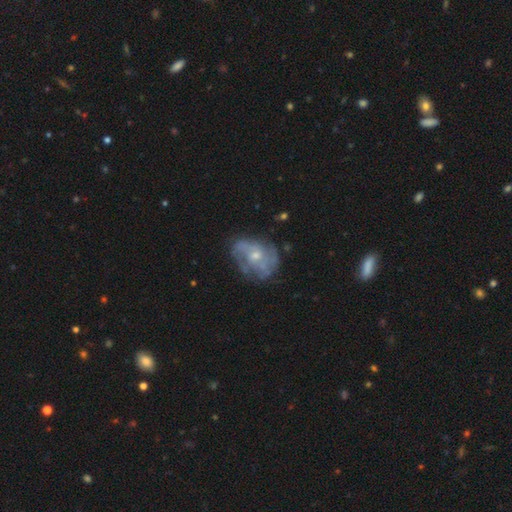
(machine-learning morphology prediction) Smooth or featured? Predicted: featured or disk (p=0.69). Edge-on disk? Predicted: no (p=0.97). Bar? Predicted: no (p=0.72). Spiral arms? Predicted: yes (p=0.68). Bulge size? Predicted: small (p=0.53). Merging? Predicted: none (p=0.59).